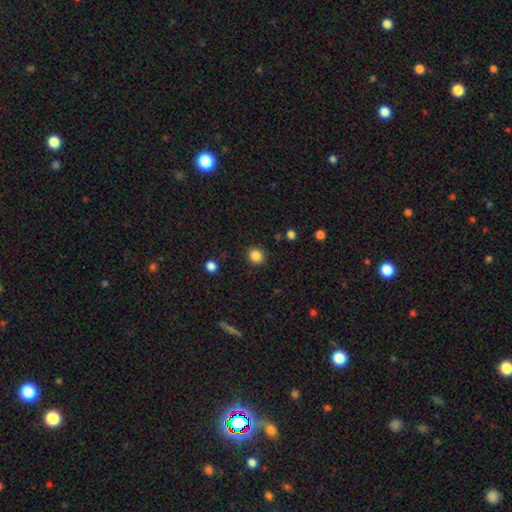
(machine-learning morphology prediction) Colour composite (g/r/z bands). It shows a smooth galaxy with no disk features (86%) that is round (89%). Merging: none (90%).